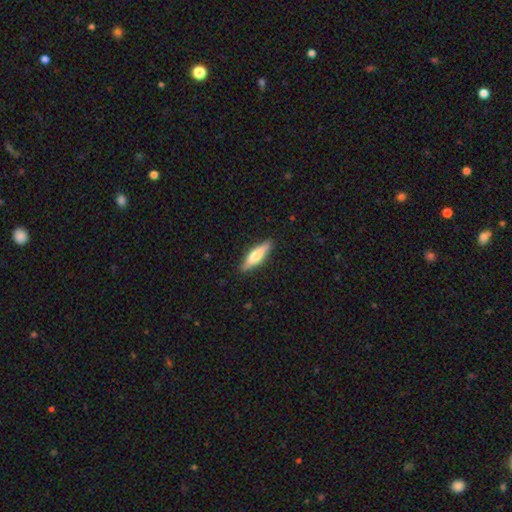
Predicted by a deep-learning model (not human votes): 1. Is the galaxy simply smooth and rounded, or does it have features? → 60% smooth, 35% featured or disk, 5% star or artifact.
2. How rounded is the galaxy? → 66% cigar-shaped, 32% in between, 2% round.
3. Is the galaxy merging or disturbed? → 89% none, 9% minor disturbance, 2% major disturbance, 1% merger.